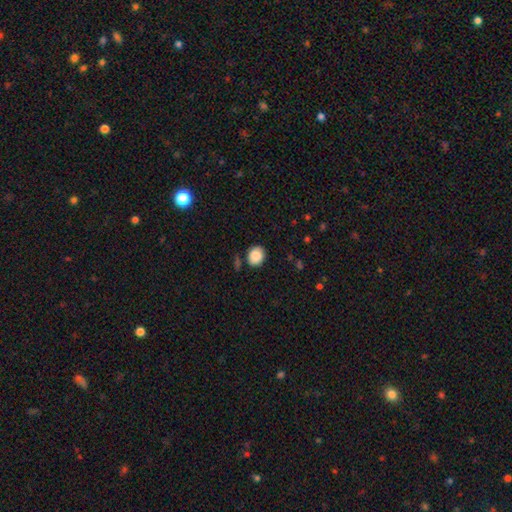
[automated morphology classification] smooth-or-featured: smooth: 87% | star or artifact: 8% | featured or disk: 5%
  how-rounded: round: 66% | in between: 33% | cigar-shaped: 1%
  merging: none: 81% | minor disturbance: 12% | merger: 4% | major disturbance: 3%